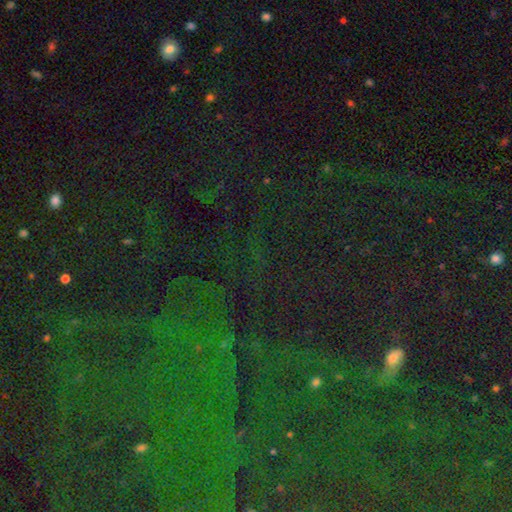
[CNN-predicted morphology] This is clearly a star or artifact rather than a galaxy (82%).